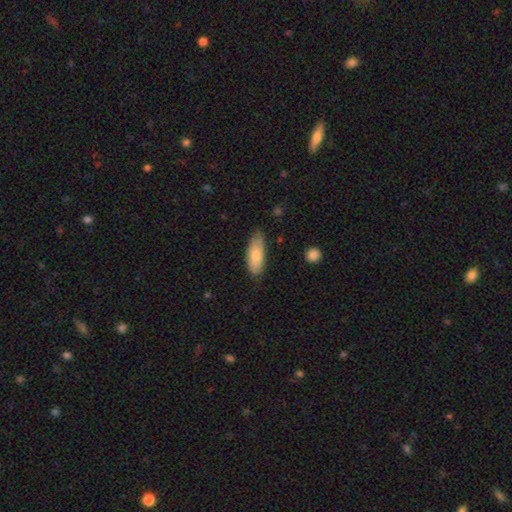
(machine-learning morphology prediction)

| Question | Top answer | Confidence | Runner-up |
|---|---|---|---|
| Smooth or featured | smooth | 82% | featured or disk (12%) |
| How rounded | in between | 77% | cigar-shaped (22%) |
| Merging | none | 74% | minor disturbance (21%) |